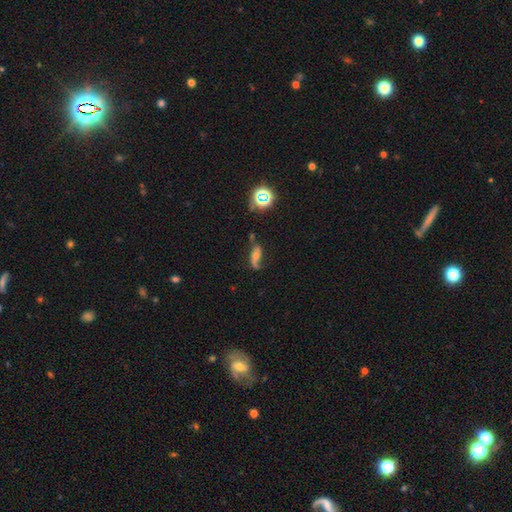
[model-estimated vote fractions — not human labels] Smooth or featured? Predicted: featured or disk (p=0.62). Edge-on disk? Predicted: no (p=0.88). Bar? Predicted: no (p=0.60). Spiral arms? Predicted: yes (p=0.85). Bulge size? Predicted: moderate (p=0.54). Merging? Predicted: none (p=0.46).